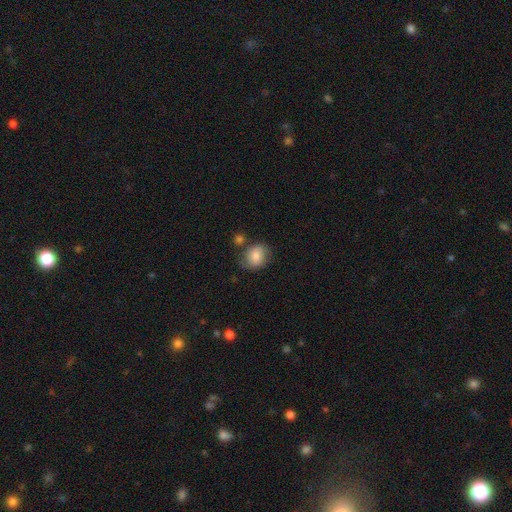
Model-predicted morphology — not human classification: Smooth or featured? smooth (78%)
How rounded? round (60%)
Merging? none (65%)